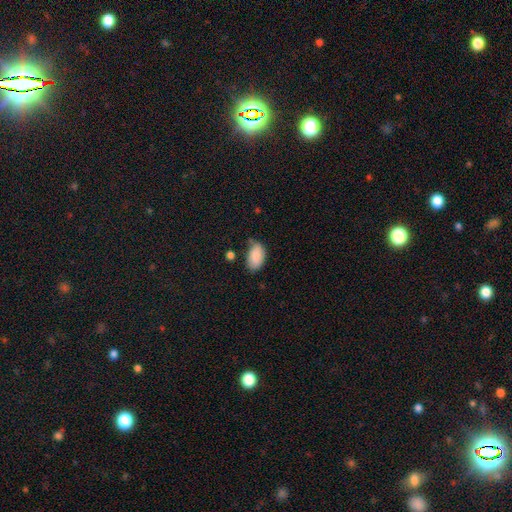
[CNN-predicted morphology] Smooth or featured?
  - smooth: 88% *
  - star or artifact: 7%
  - featured or disk: 5%
How rounded?
  - in between: 94% *
  - round: 5%
  - cigar-shaped: 2%
Merging?
  - none: 64% *
  - minor disturbance: 27%
  - major disturbance: 5%
  - merger: 4%